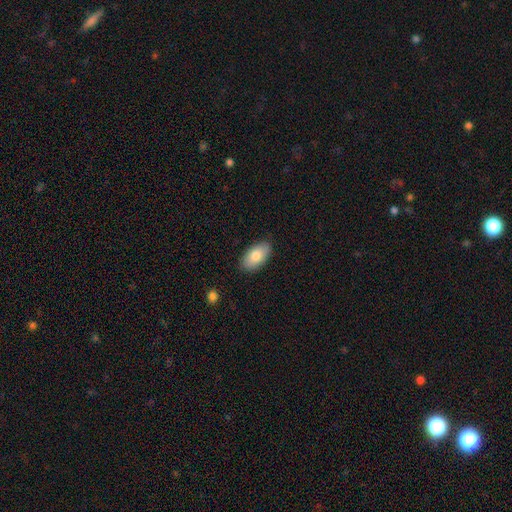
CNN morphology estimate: The model was most divided on "smooth or featured": smooth: 79%, featured or disk: 15%, star or artifact: 6%. More confident: how rounded — in between (95%); merging — none (86%).